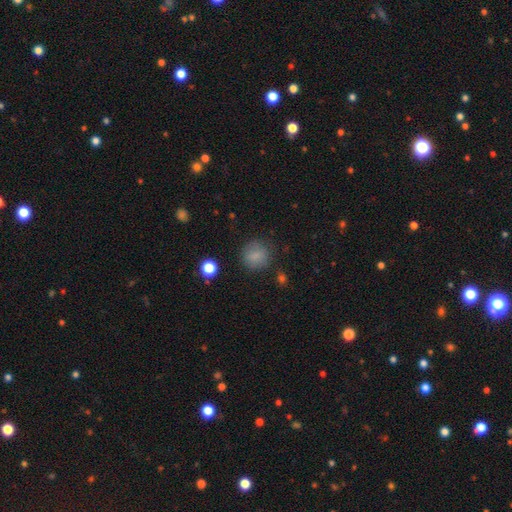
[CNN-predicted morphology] Overall: smooth (81%). How rounded: round (87%). Merging: none (80%).